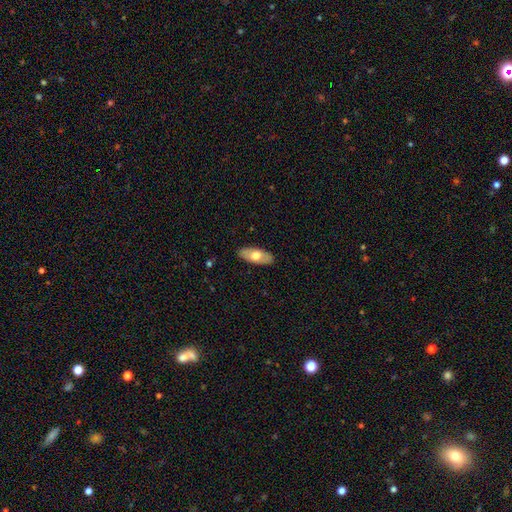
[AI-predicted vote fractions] This is likely a smooth galaxy (62%). How rounded: clearly in between (85%). Merging: clearly none (88%).